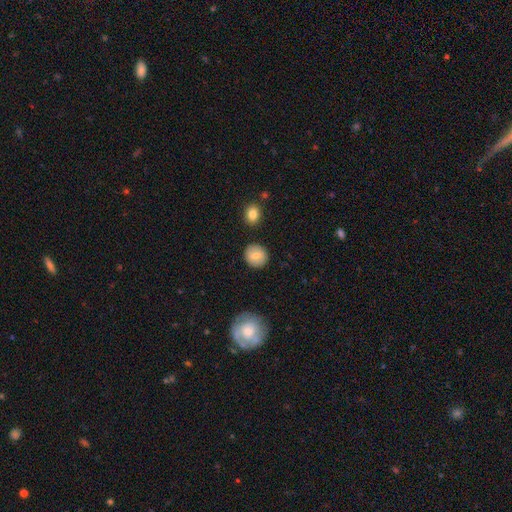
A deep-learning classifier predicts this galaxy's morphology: Smooth or featured? smooth (79%)
How rounded? round (89%)
Merging? none (89%)